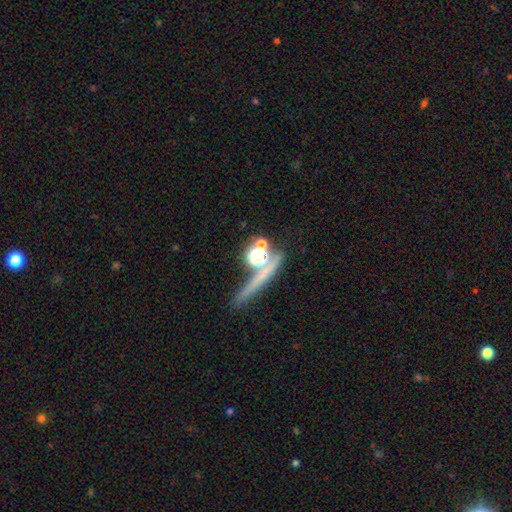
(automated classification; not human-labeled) smooth-or-featured: smooth: 44% | star or artifact: 35% | featured or disk: 21%
  merging: none: 69% | merger: 15% | minor disturbance: 10% | major disturbance: 6%